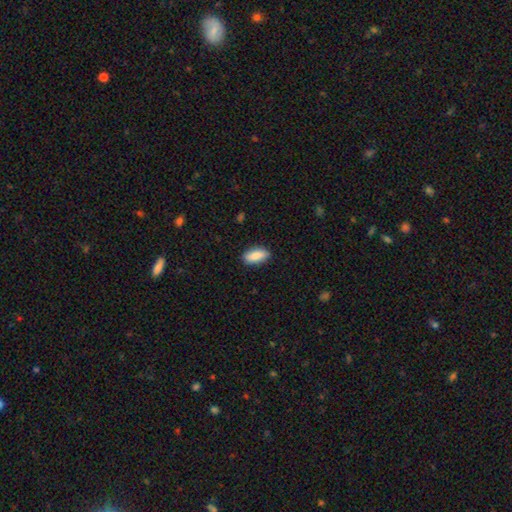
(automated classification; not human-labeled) Smooth or featured? Predicted: smooth (p=0.87). How rounded? Predicted: in between (p=0.85). Merging? Predicted: none (p=0.87).